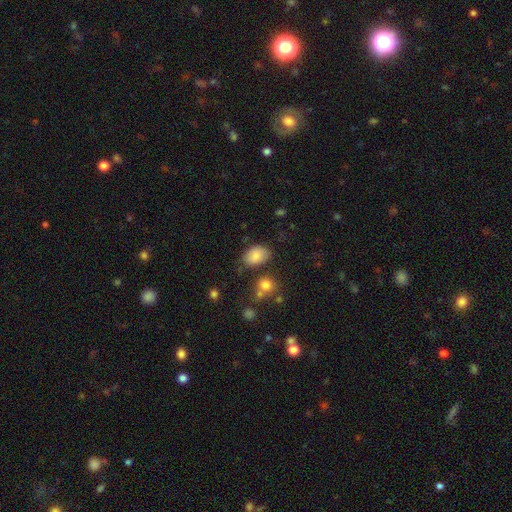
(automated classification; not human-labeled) A smooth galaxy with no disk features (84%) that is in between round and cigar-shaped (82%).

Vote fractions:
- Smooth or featured? smooth: 84% / star or artifact: 9% / featured or disk: 7%
- How rounded? in between: 82% / round: 17% / cigar-shaped: 1%
- Merging? none: 72% / minor disturbance: 18% / merger: 5% / major disturbance: 5%